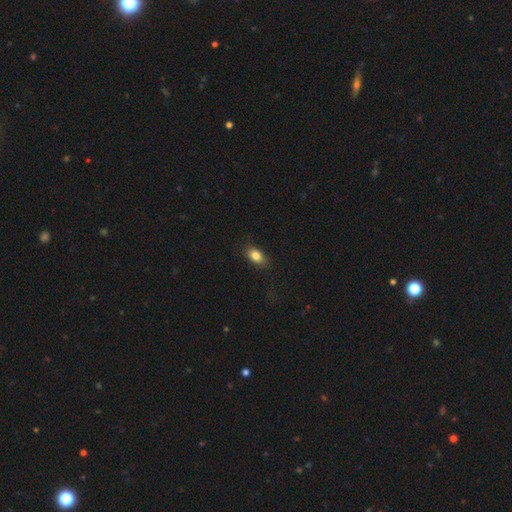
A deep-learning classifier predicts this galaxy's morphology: Smooth or featured: smooth — 84% (star or artifact — 8%)
How rounded: in between — 86% (round — 11%)
Merging: none — 84% (minor disturbance — 12%)